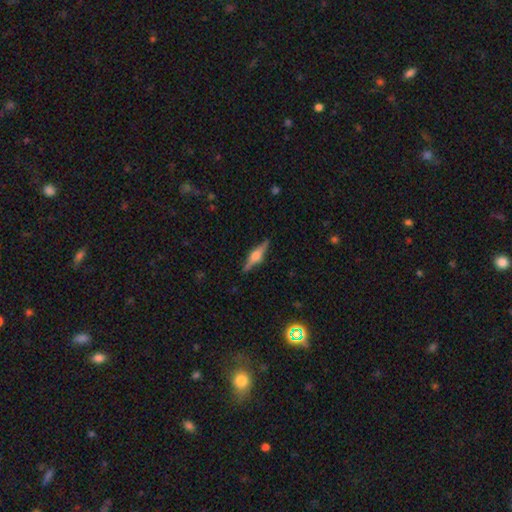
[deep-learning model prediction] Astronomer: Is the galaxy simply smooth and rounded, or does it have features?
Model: featured or disk — 75%.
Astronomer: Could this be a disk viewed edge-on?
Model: yes — 98%.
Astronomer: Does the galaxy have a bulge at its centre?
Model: rounded — 90%.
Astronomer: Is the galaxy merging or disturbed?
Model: none — 89%.